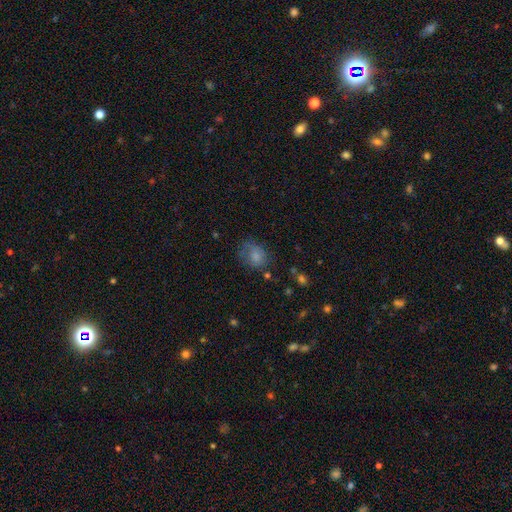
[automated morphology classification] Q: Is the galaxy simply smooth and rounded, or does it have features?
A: smooth — 77%.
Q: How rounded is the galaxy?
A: round — 50%.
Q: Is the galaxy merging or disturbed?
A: none — 54%.